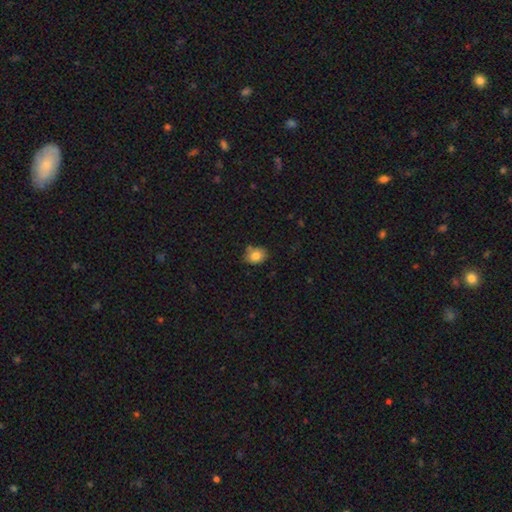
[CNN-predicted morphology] Overall: smooth (80%). How rounded: in between (52%; round 47%). Merging: none (76%).